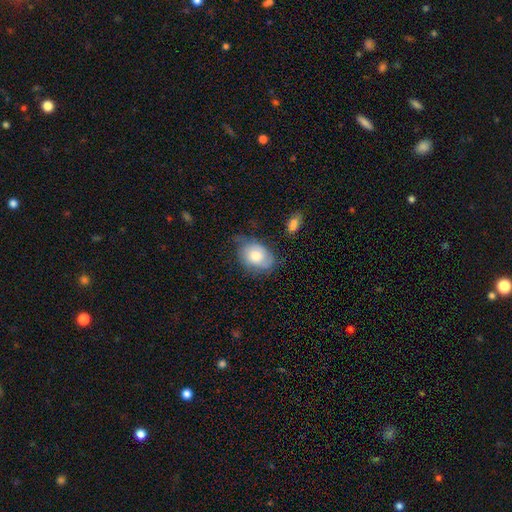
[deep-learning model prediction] A smooth galaxy with no disk features (62%) that is in between round and cigar-shaped (69%).

Vote fractions:
- Smooth or featured? smooth: 62% / featured or disk: 30% / star or artifact: 7%
- How rounded? in between: 69% / round: 30% / cigar-shaped: 1%
- Merging? none: 50% / minor disturbance: 34% / major disturbance: 13% / merger: 3%